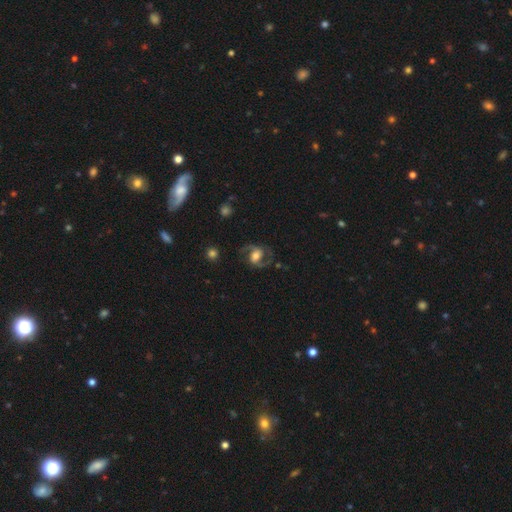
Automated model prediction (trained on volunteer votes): This appears to be a featured or disk galaxy (84%) with a weak bar (40%), 2 (93%) medium (56%) spiral arms (96%) and a moderate central bulge (55%). Merging: none (75%).